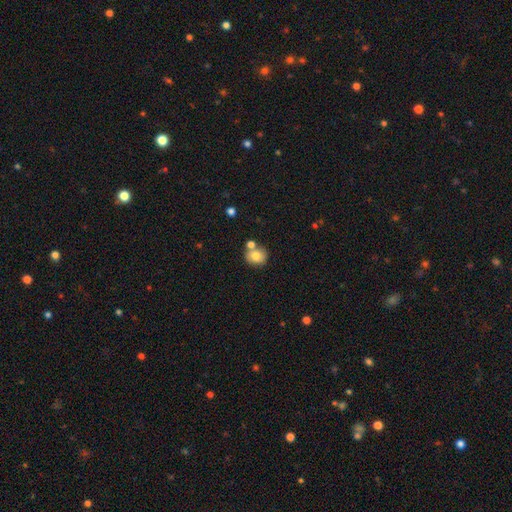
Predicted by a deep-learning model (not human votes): A smooth galaxy with no disk features (78%) that is round (75%). Merging: none (60%).